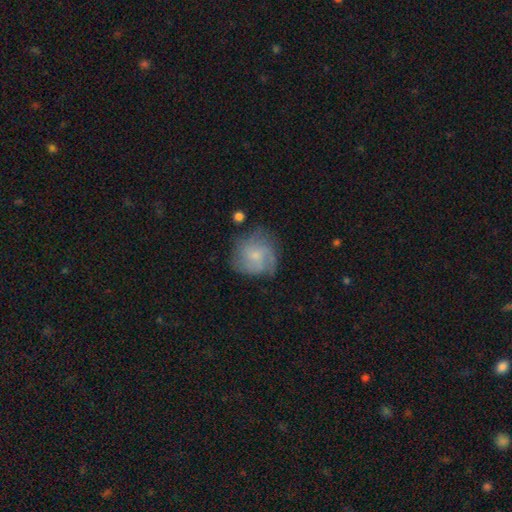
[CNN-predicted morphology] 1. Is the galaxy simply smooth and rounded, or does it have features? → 56% featured or disk, 36% smooth, 8% star or artifact.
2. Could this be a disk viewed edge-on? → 98% no, 2% yes.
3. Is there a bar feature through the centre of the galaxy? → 75% no, 23% weak, 3% strong.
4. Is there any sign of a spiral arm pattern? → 84% yes, 16% no.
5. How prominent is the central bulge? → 66% small, 23% moderate, 8% none, 2% large, 1% dominant.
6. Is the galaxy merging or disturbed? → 64% none, 23% minor disturbance, 11% major disturbance, 2% merger.